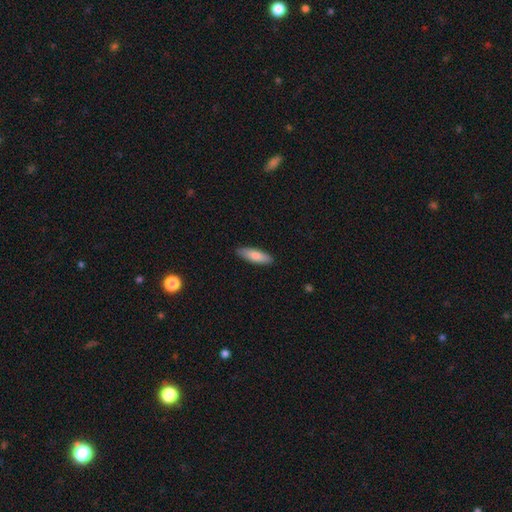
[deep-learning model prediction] Smooth or featured? Predicted: smooth (p=0.79). How rounded? Predicted: cigar-shaped (p=0.51). Merging? Predicted: none (p=0.88).